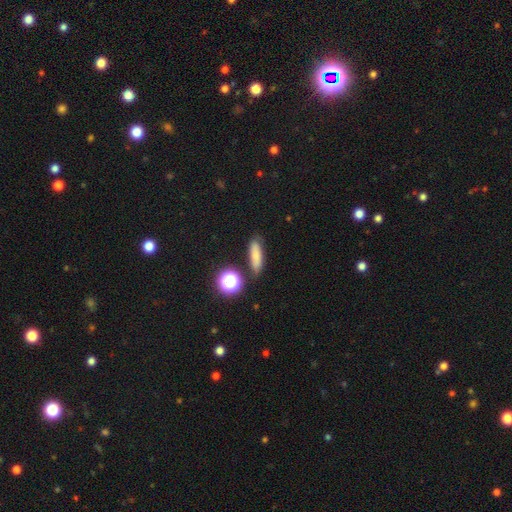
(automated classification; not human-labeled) smooth-or-featured: smooth: 71% | star or artifact: 15% | featured or disk: 14%
  how-rounded: cigar-shaped: 50% | in between: 38% | round: 12%
  merging: none: 77% | minor disturbance: 14% | merger: 5% | major disturbance: 4%